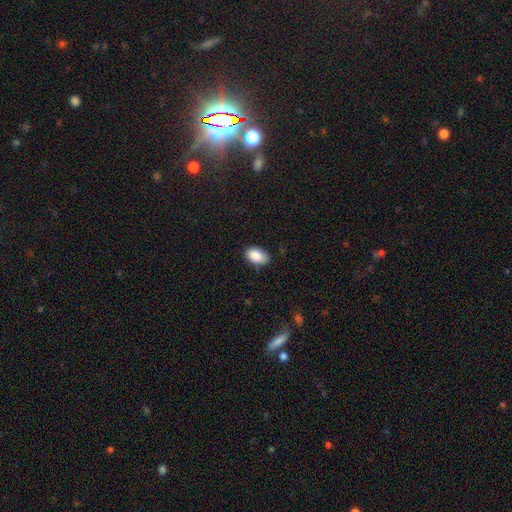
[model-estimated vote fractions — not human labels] A smooth galaxy with no disk features (87%) that is in between round and cigar-shaped (91%). Merging: none (78%).